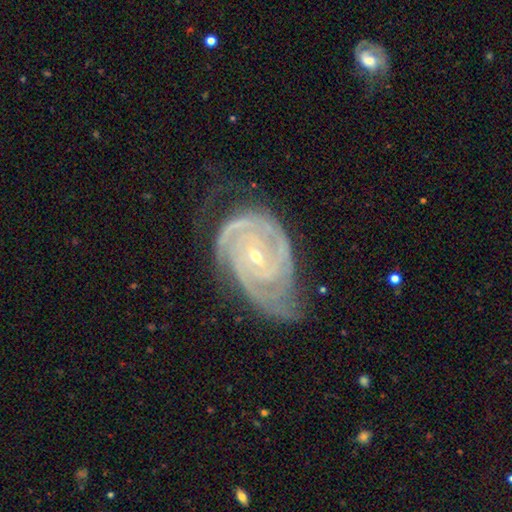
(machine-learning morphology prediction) Smooth or featured?
  - featured or disk: 91% *
  - star or artifact: 5%
  - smooth: 3%
Edge-on disk?
  - no: 97% *
  - yes: 3%
Bar?
  - no: 59% *
  - weak: 28%
  - strong: 13%
Spiral arms?
  - yes: 98% *
  - no: 2%
Spiral winding?
  - tight: 75% *
  - medium: 22%
  - loose: 3%
Spiral arm count?
  - 3: 34% *
  - 2: 31%
  - can't tell: 13%
  - 4: 12%
  - more than 4: 6%
  - 1: 5%
Bulge size?
  - small: 74% *
  - moderate: 23%
  - large: 1%
  - none: 1%
  - dominant: 1%
Merging?
  - none: 59% *
  - minor disturbance: 26%
  - major disturbance: 14%
  - merger: 2%